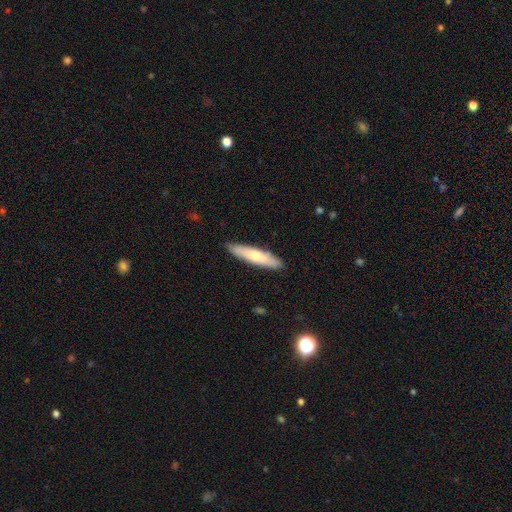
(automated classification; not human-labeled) The model was most divided on "smooth or featured": smooth: 63%, featured or disk: 32%, star or artifact: 5%. More confident: merging — none (88%); how rounded — cigar-shaped (83%).